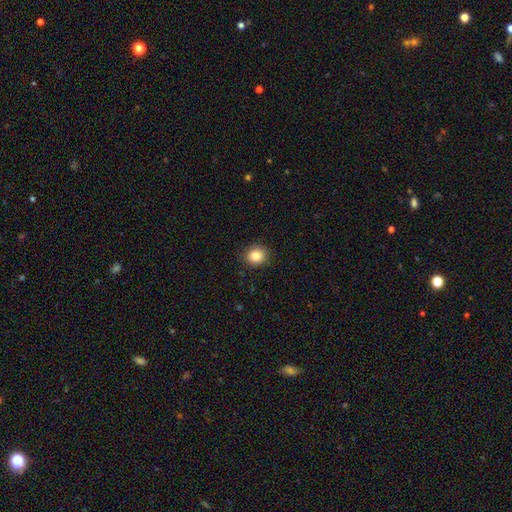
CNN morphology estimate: smooth_or_featured: smooth (p=0.85) [alt: star or artifact p=0.10]
how_rounded: round (p=0.78) [alt: in between p=0.21]
merging: none (p=0.89) [alt: minor disturbance p=0.08]